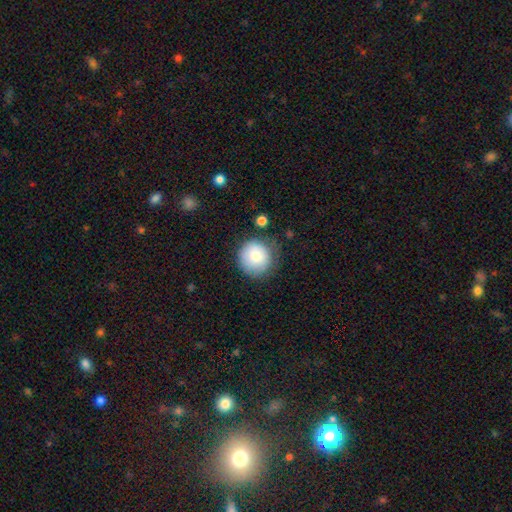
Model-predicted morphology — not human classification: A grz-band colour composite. It shows a smooth galaxy with no disk features (79%) that is round (92%). Merging: none (72%).